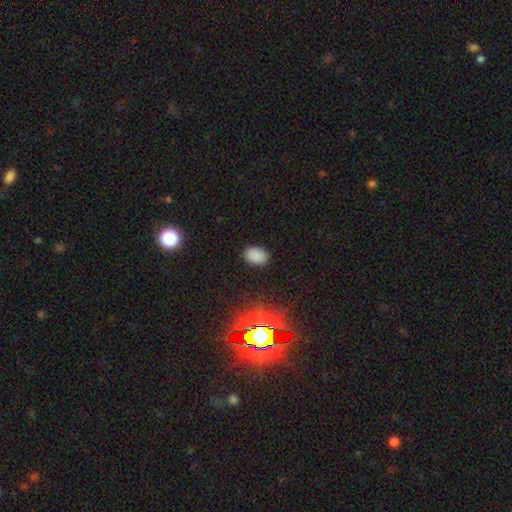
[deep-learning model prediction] Smooth or featured: smooth — 83% (star or artifact — 13%)
How rounded: in between — 85% (round — 13%)
Merging: none — 87% (minor disturbance — 10%)